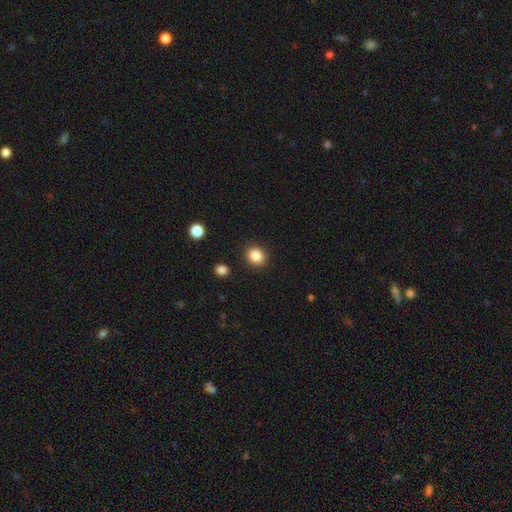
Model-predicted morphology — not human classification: The model was most divided on "how rounded": round: 70%, in between: 30%, cigar-shaped: 1%. More confident: merging — none (89%); smooth or featured — smooth (87%).